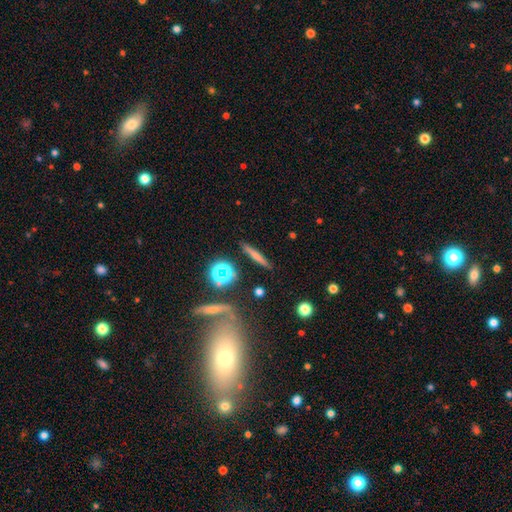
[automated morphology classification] Smooth or featured? smooth (61%)
How rounded? cigar-shaped (88%)
Merging? none (86%)